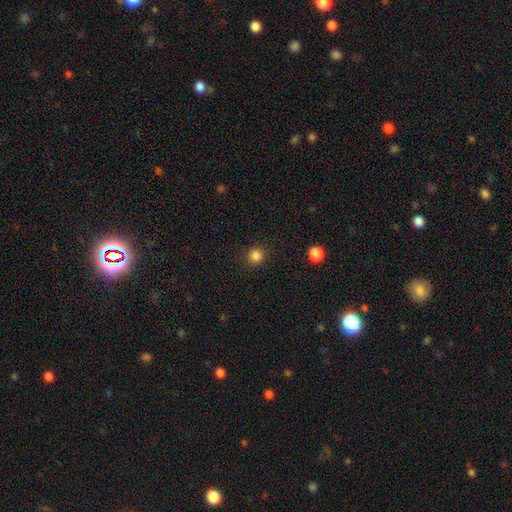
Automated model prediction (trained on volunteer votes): smooth 84%, star or artifact 13%, featured or disk 3%. Down the decision tree: how rounded — round (93%); merging — none (90%).